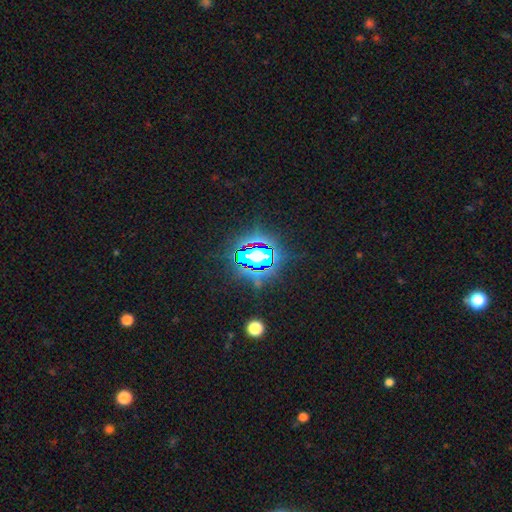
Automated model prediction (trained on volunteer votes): Smooth or featured?
  - star or artifact: 70% *
  - smooth: 19%
  - featured or disk: 12%